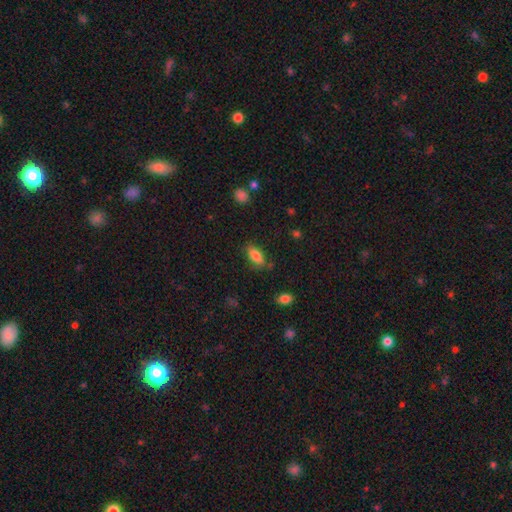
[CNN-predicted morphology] A smooth galaxy with no disk features (83%) that is in between round and cigar-shaped (86%). Merging: none (75%).